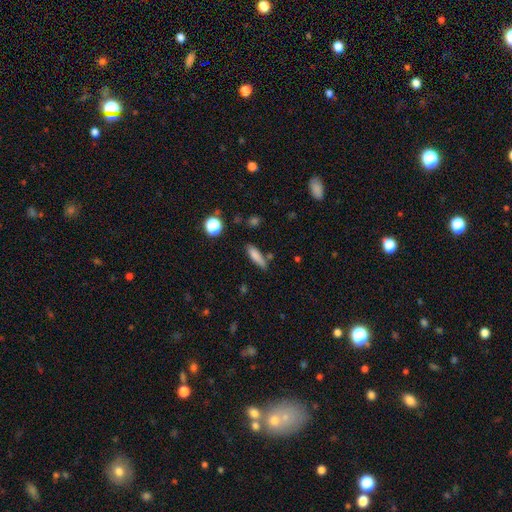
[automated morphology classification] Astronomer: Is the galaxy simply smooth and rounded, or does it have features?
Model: smooth — 79%.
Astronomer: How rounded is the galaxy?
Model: cigar-shaped — 67%.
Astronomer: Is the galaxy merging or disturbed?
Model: none — 74%.